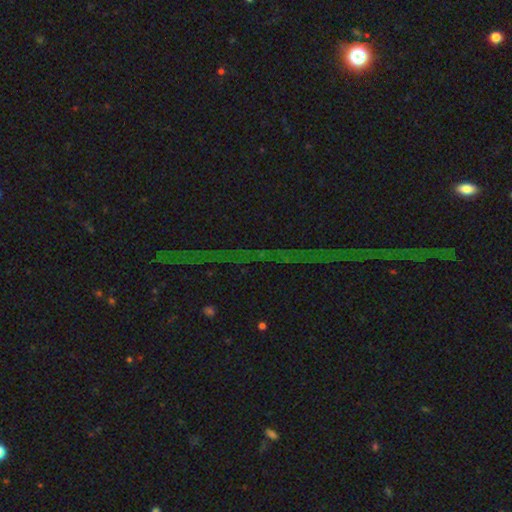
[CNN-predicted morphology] This is clearly a star or artifact rather than a galaxy (82%).